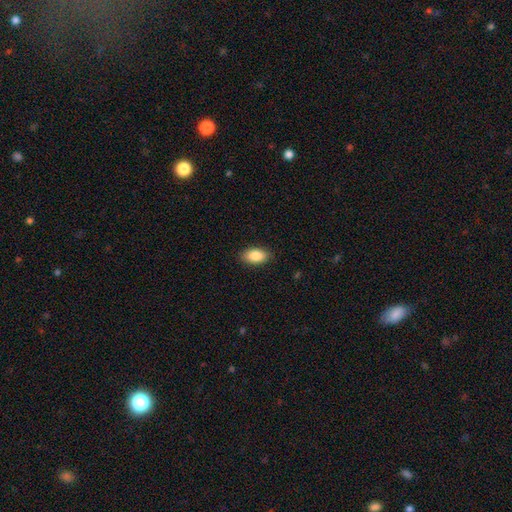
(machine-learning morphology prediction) Smooth or featured?
  - smooth: 87% *
  - star or artifact: 7%
  - featured or disk: 6%
How rounded?
  - in between: 93% *
  - round: 5%
  - cigar-shaped: 2%
Merging?
  - none: 88% *
  - minor disturbance: 9%
  - major disturbance: 2%
  - merger: 1%